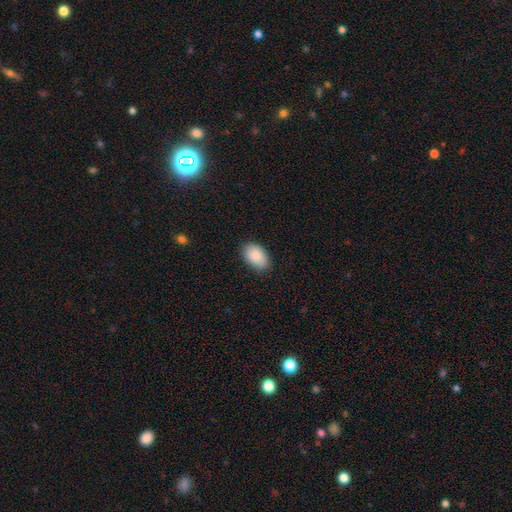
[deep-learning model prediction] smooth 86%, featured or disk 7%, star or artifact 7%. Down the decision tree: how rounded — in between (91%); merging — none (83%).